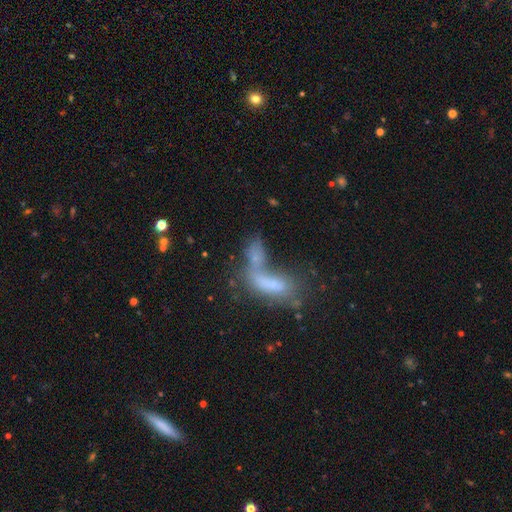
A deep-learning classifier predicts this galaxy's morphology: A smooth galaxy with no disk features (63%) that is in between round and cigar-shaped (66%).

Vote fractions:
- Smooth or featured? smooth: 63% / featured or disk: 23% / star or artifact: 14%
- How rounded? in between: 66% / cigar-shaped: 26% / round: 8%
- Merging? merger: 64% / none: 18% / major disturbance: 10% / minor disturbance: 8%